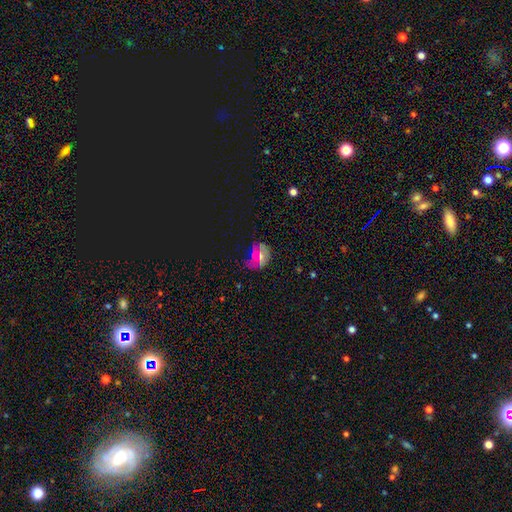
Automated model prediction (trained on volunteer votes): Q: Smooth or featured?
A: featured or disk (37%); runner-up: smooth (34%)
Q: Merging?
A: none (47%); runner-up: minor disturbance (24%)